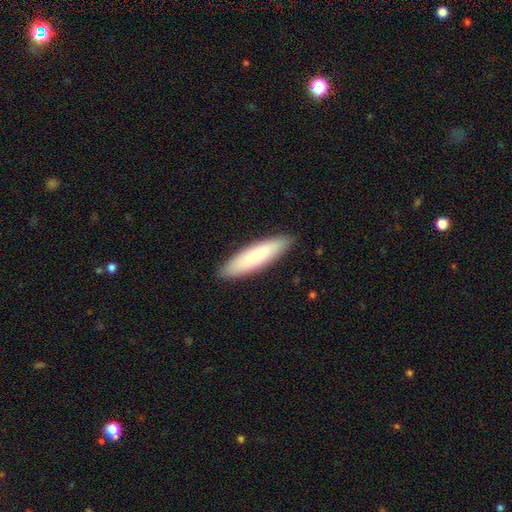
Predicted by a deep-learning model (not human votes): A smooth galaxy with no disk features (79%) that is cigar-shaped (72%).

Vote fractions:
- Smooth or featured? smooth: 79% / featured or disk: 16% / star or artifact: 6%
- How rounded? cigar-shaped: 72% / in between: 27% / round: 1%
- Merging? none: 90% / minor disturbance: 8% / major disturbance: 1% / merger: 1%